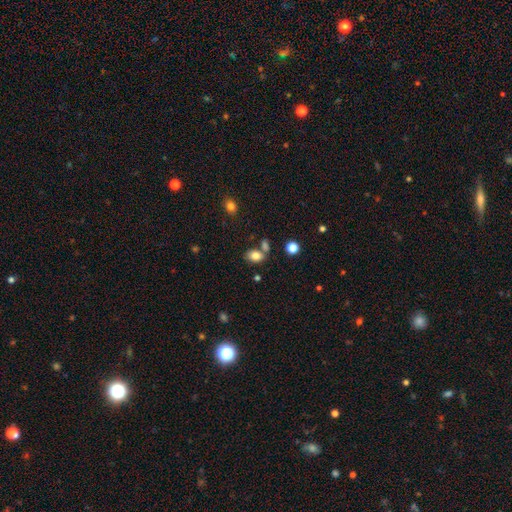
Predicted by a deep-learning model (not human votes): Overall: smooth (81%). How rounded: in between (80%). Merging: none (64%).